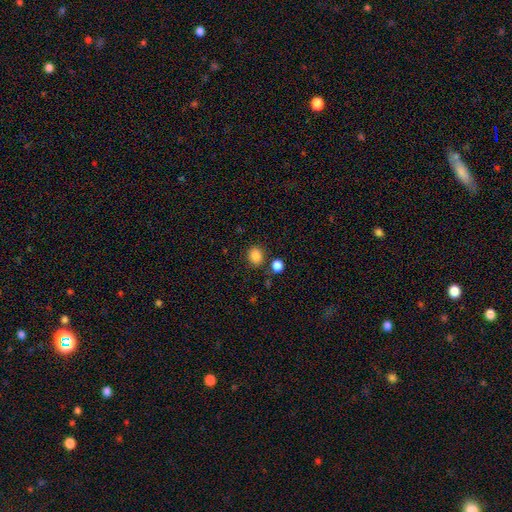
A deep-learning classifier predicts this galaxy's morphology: A smooth galaxy with no disk features (86%) that is round (66%). Merging: none (80%).